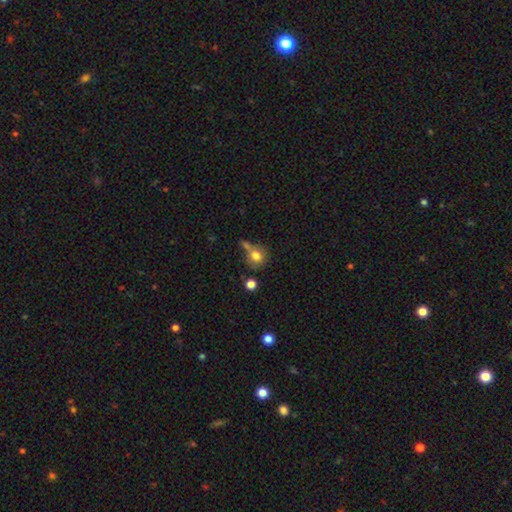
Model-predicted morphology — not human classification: Smooth or featured? smooth (79%)
How rounded? round (82%)
Merging? none (55%)